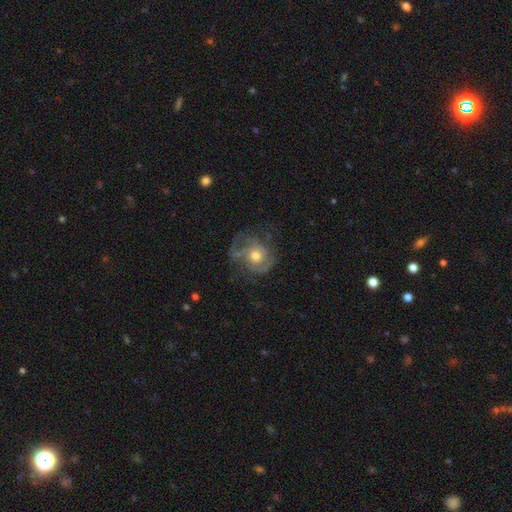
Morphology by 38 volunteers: smooth_or_featured: featured or disk (p=0.74) [alt: smooth p=0.18]
disk_edge_on: no (p=1.00)
bar: no (p=0.86) [alt: weak p=0.11]
has_spiral_arms: yes (p=0.86) [alt: no p=0.14]
spiral_winding: tight (p=0.42) [alt: medium p=0.33]
spiral_arm_count: can't tell (p=0.54) [alt: 1 p=0.17]
bulge_size: moderate (p=0.64) [alt: small p=0.21]
merging: none (p=0.40) [alt: major disturbance p=0.34]